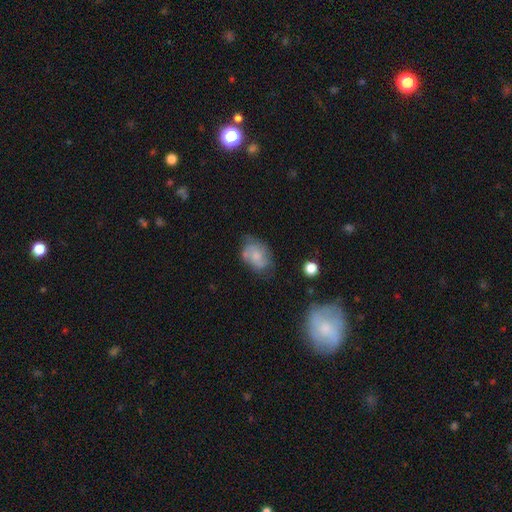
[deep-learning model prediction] Smooth or featured: featured or disk — 47% (smooth — 45%)
Merging: none — 54% (minor disturbance — 29%)